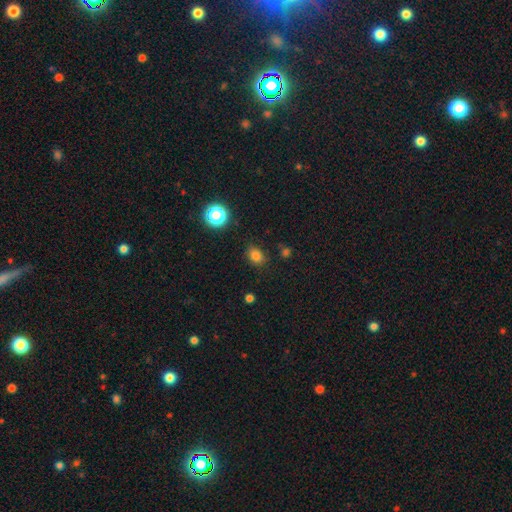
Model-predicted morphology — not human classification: The model was most divided on "how rounded": in between: 55%, round: 43%, cigar-shaped: 1%. More confident: merging — none (83%); smooth or featured — smooth (79%).